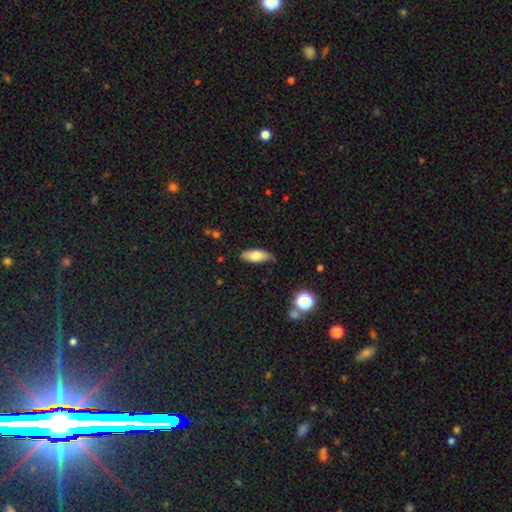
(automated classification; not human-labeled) Q: Smooth or featured?
A: smooth (75%); runner-up: featured or disk (18%)
Q: How rounded?
A: in between (78%); runner-up: cigar-shaped (19%)
Q: Merging?
A: none (72%); runner-up: minor disturbance (23%)